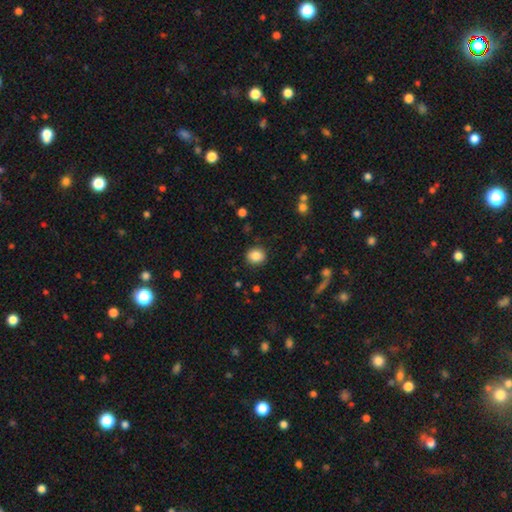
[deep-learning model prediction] This appears to be a smooth galaxy with no disk features (86%) that is round (75%). Merging: none (89%).